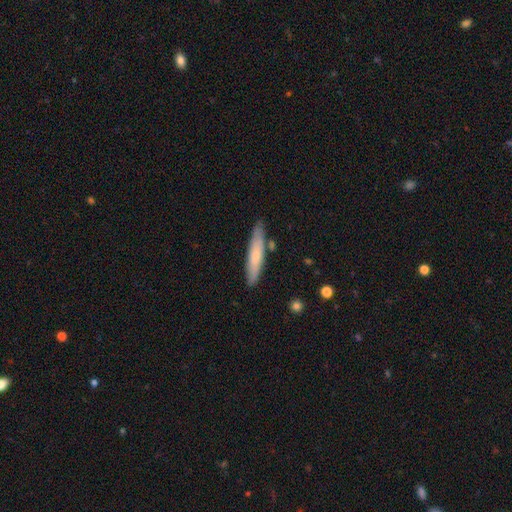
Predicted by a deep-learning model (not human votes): Smooth or featured?
  - smooth: 65% *
  - featured or disk: 30%
  - star or artifact: 6%
How rounded?
  - cigar-shaped: 89% *
  - in between: 10%
  - round: 1%
Merging?
  - none: 82% *
  - minor disturbance: 13%
  - merger: 4%
  - major disturbance: 2%